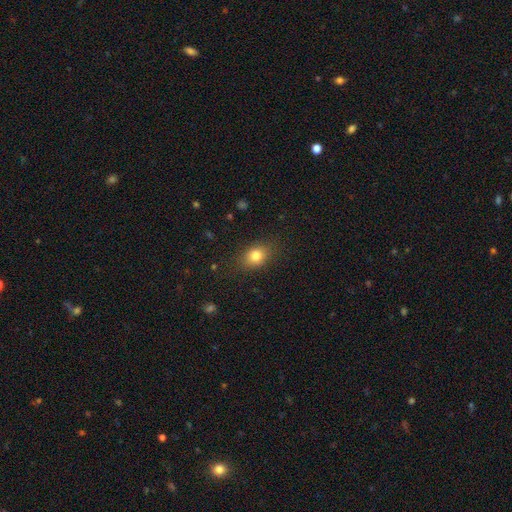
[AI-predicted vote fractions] Overall: smooth (81%). How rounded: in between (61%; round 37%). Merging: none (82%).